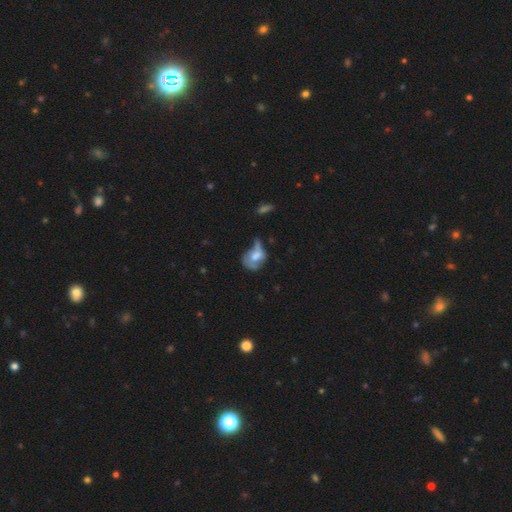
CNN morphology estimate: The model was most divided on "smooth or featured": smooth: 50%, featured or disk: 40%, star or artifact: 10%. Remaining: how rounded — in between (62%); merging — major disturbance (39%).